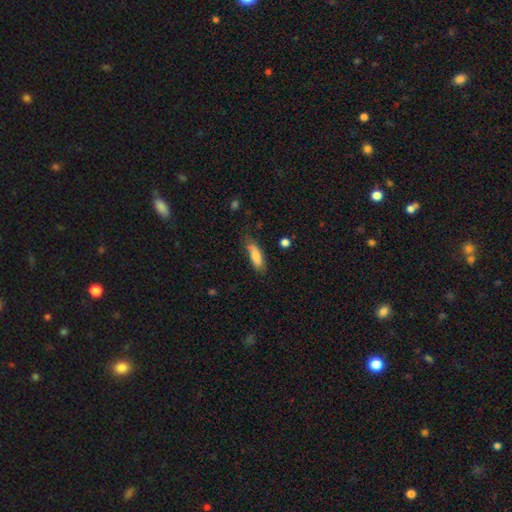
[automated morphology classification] smooth_or_featured: smooth (p=0.79) [alt: featured or disk p=0.14]
how_rounded: in between (p=0.58) [alt: cigar-shaped p=0.40]
merging: none (p=0.64) [alt: minor disturbance p=0.27]